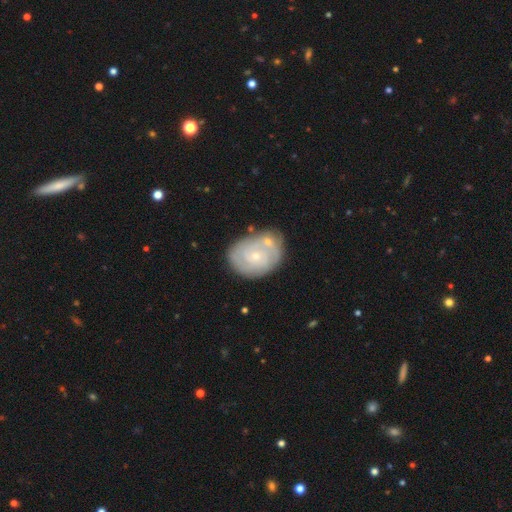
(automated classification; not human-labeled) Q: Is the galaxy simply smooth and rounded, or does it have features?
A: featured or disk — 67%.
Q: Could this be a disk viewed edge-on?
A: no — 97%.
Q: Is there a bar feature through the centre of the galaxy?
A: no — 75%.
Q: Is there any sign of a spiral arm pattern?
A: yes — 78%.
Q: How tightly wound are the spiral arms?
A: tight — 63%.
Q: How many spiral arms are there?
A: can't tell — 42%.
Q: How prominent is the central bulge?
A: small — 75%.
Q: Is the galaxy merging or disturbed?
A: none — 54%.